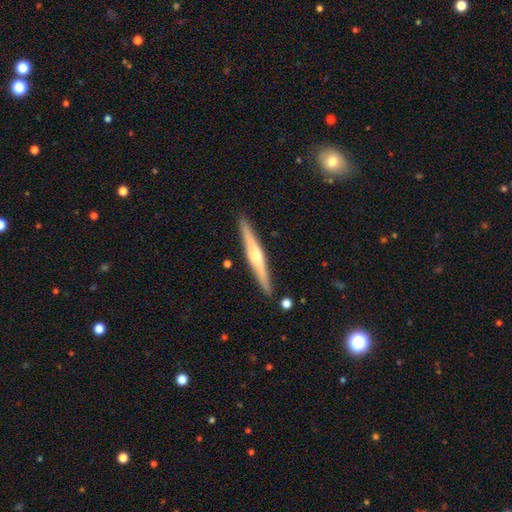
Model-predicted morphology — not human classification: Smooth or featured? Predicted: featured or disk (p=0.68). Edge-on disk? Predicted: yes (p=0.98). Edge-on bulge? Predicted: rounded (p=0.84). Merging? Predicted: none (p=0.90).